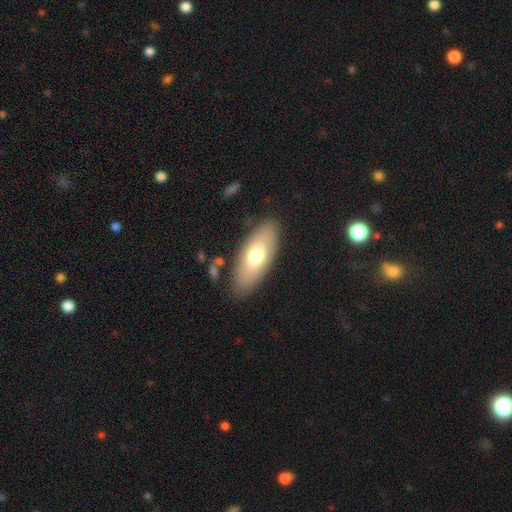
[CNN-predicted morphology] type=smooth (67%); roundness=in between (83%); merging=none (84%).